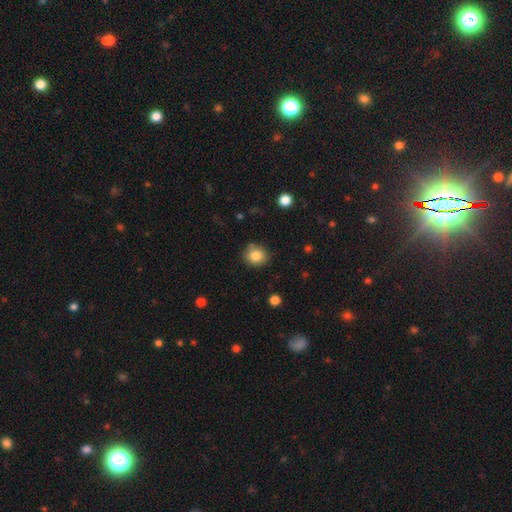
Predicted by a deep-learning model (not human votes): This is clearly a smooth galaxy (83%). How rounded: clearly round (81%). Merging: clearly none (84%).